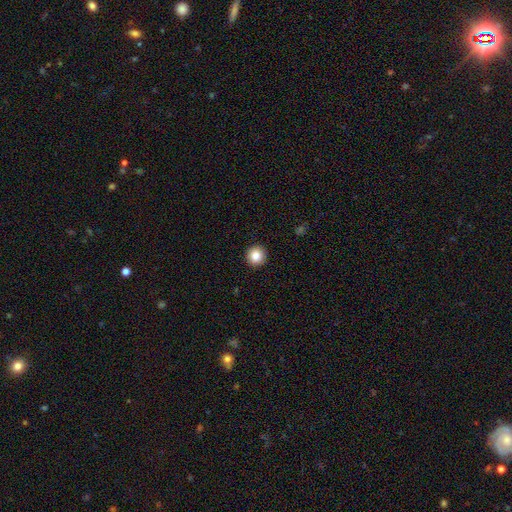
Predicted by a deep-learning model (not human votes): A smooth galaxy with no disk features (86%) that is round (94%).

Vote fractions:
- Smooth or featured? smooth: 86% / star or artifact: 10% / featured or disk: 4%
- How rounded? round: 94% / in between: 5% / cigar-shaped: 1%
- Merging? none: 93% / minor disturbance: 5% / major disturbance: 2% / merger: 1%